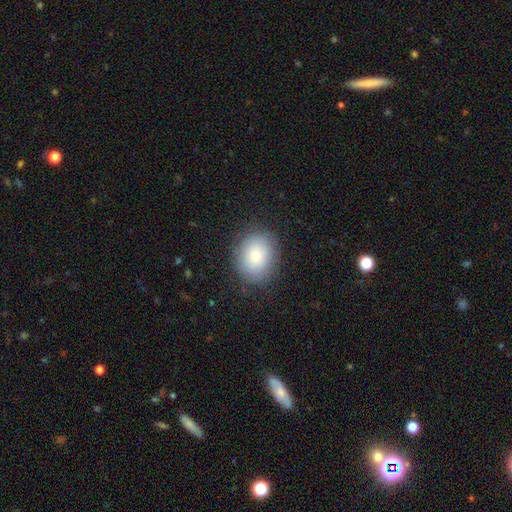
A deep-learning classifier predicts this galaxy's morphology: Smooth or featured? smooth (74%)
How rounded? round (61%)
Merging? none (86%)